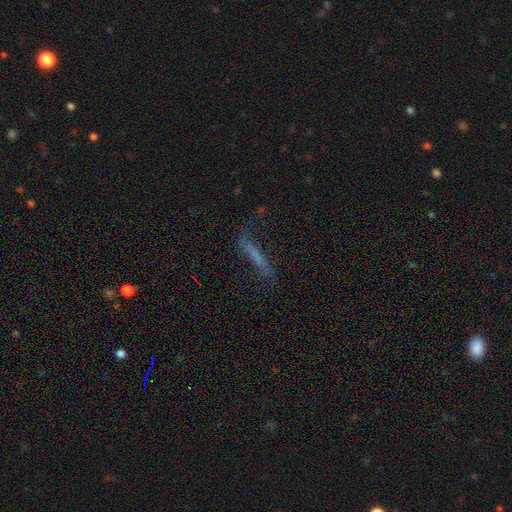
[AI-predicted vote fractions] Overall: smooth (52%; featured or disk 35%). How rounded: cigar-shaped (91%). Merging: none (61%; minor disturbance 23%).